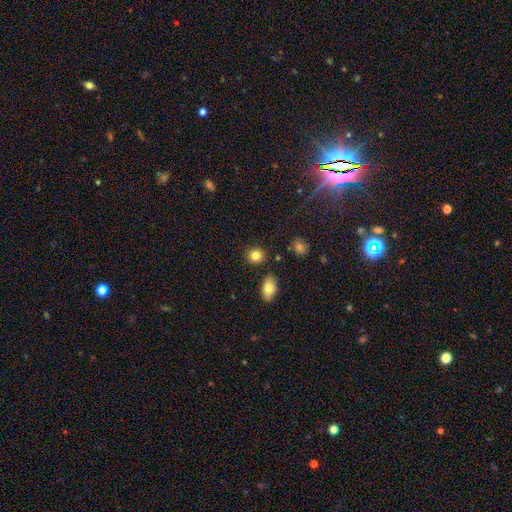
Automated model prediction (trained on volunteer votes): This is clearly a smooth galaxy (83%). How rounded: likely round (79%). Merging: clearly none (85%).